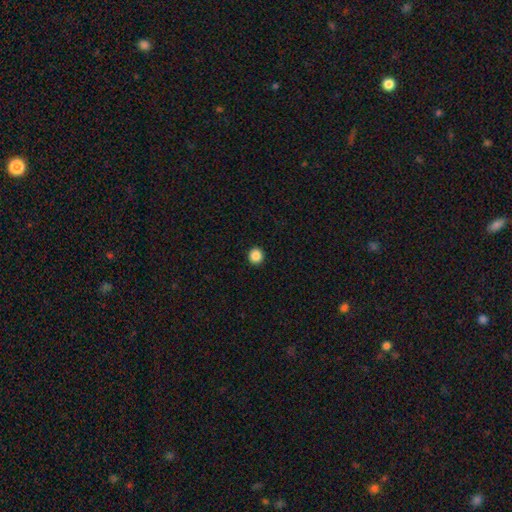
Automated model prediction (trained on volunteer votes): Smooth or featured?
  - smooth: 87% *
  - star or artifact: 10%
  - featured or disk: 3%
How rounded?
  - round: 94% *
  - in between: 5%
  - cigar-shaped: 1%
Merging?
  - none: 94% *
  - minor disturbance: 4%
  - major disturbance: 1%
  - merger: 1%